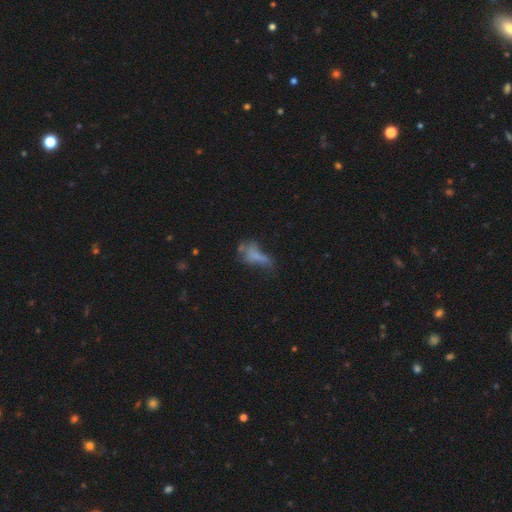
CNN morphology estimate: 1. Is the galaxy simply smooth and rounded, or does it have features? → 52% smooth, 32% featured or disk, 17% star or artifact.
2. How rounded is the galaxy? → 68% in between, 24% cigar-shaped, 7% round.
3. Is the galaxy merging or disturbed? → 37% major disturbance, 26% none, 20% minor disturbance, 18% merger.